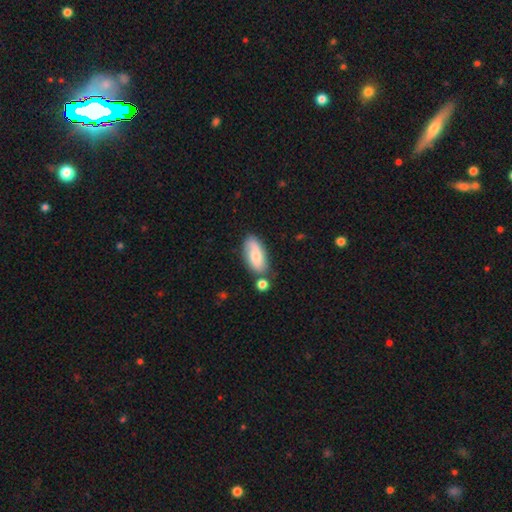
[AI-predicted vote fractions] A smooth galaxy with no disk features (65%) that is in between round and cigar-shaped (87%). Merging: none (68%).